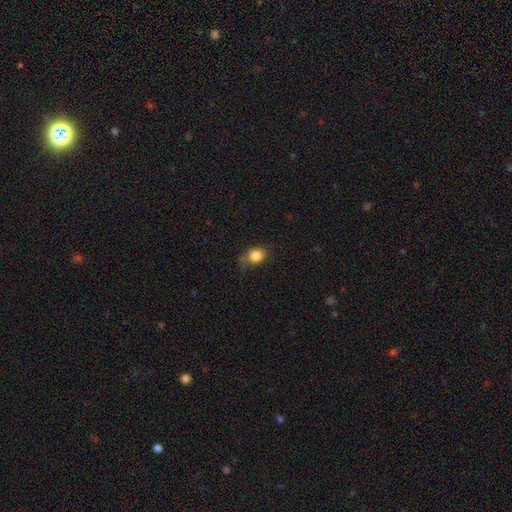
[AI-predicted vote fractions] Morphology: type=smooth (83%); roundness=round (61%); merging=none (65%).